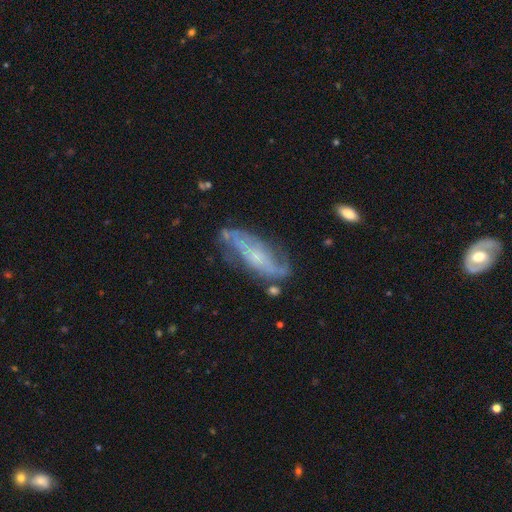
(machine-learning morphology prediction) type=featured or disk (74%); edge-on=no (80%); bar=no (55%); spiral arms=yes (83%); bulge=small (61%); merging=none (65%).